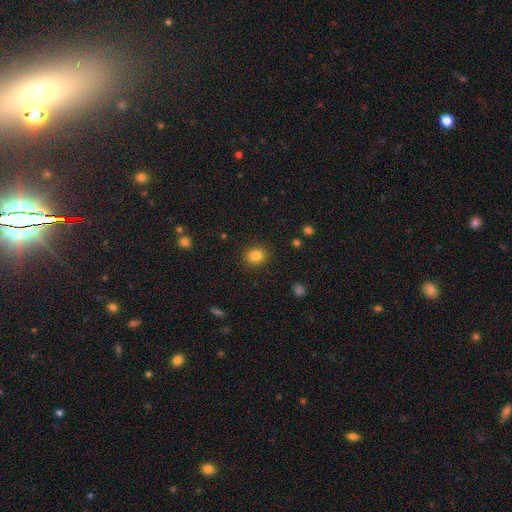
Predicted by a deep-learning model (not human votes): Smooth or featured? smooth (84%)
How rounded? round (65%)
Merging? none (87%)